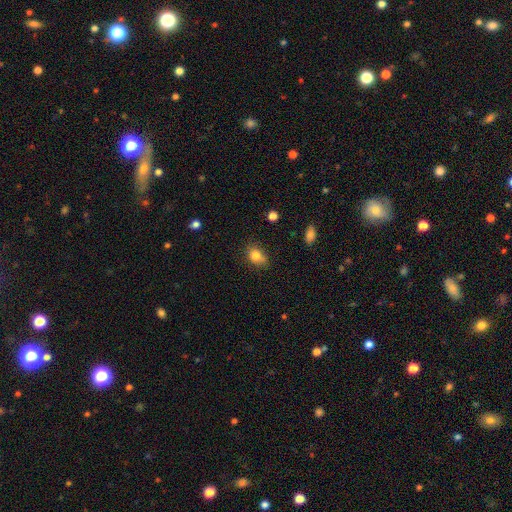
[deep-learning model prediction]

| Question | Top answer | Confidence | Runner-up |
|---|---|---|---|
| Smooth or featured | smooth | 81% | star or artifact (11%) |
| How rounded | in between | 59% | round (40%) |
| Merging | none | 65% | minor disturbance (24%) |